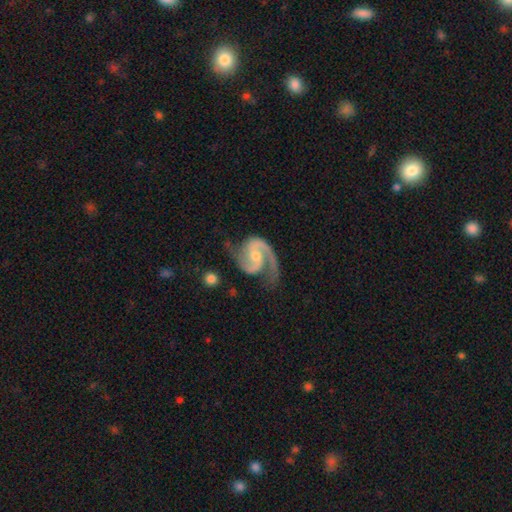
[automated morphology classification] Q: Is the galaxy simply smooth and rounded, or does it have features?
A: featured or disk — 93%.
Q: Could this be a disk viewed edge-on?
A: no — 98%.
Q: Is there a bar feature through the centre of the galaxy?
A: no — 46%.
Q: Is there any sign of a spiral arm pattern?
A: yes — 98%.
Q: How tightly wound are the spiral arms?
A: medium — 61%.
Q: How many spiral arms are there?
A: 2 — 91%.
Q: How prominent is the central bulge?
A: moderate — 48%.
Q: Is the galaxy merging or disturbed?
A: none — 68%.